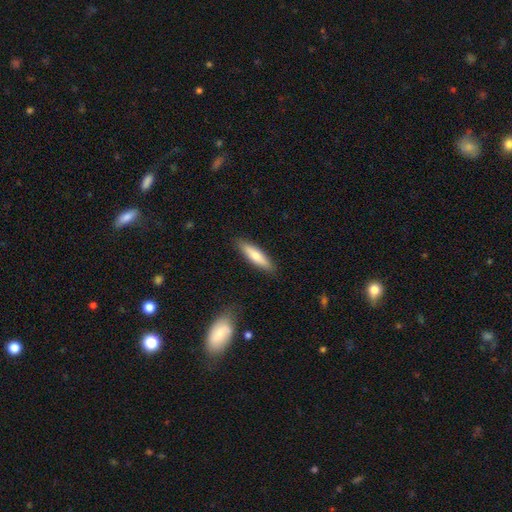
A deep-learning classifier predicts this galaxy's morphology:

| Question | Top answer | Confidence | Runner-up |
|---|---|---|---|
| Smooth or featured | smooth | 71% | featured or disk (23%) |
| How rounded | cigar-shaped | 72% | in between (27%) |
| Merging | none | 87% | minor disturbance (9%) |